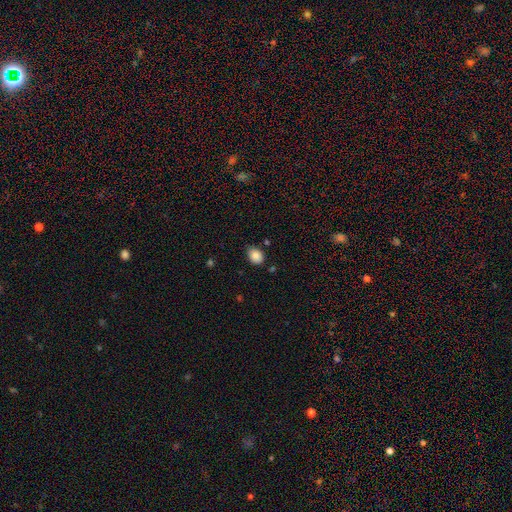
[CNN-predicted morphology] This appears to be a smooth galaxy with no disk features (87%) that is in between round and cigar-shaped (66%). Merging: none (75%).